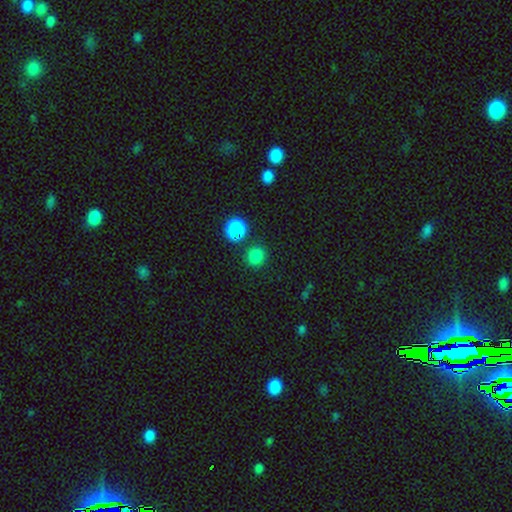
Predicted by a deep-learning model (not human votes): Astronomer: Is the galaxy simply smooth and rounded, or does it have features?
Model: smooth — 79%.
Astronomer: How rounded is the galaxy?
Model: round — 81%.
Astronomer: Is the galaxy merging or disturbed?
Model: none — 83%.